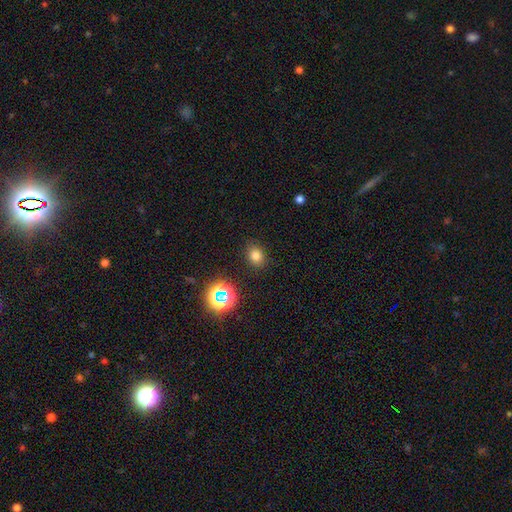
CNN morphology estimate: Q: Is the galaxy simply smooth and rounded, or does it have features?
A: smooth — 75%.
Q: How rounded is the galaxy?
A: round — 53%.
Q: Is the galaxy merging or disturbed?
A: none — 86%.